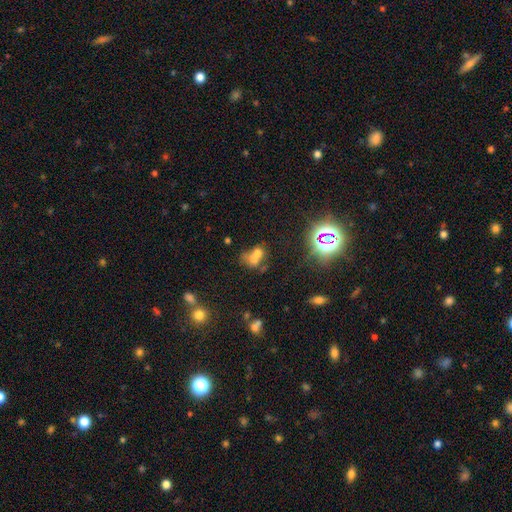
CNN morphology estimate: A smooth galaxy with no disk features (57%) that is in between round and cigar-shaped (50%). Merging: merger (60%).